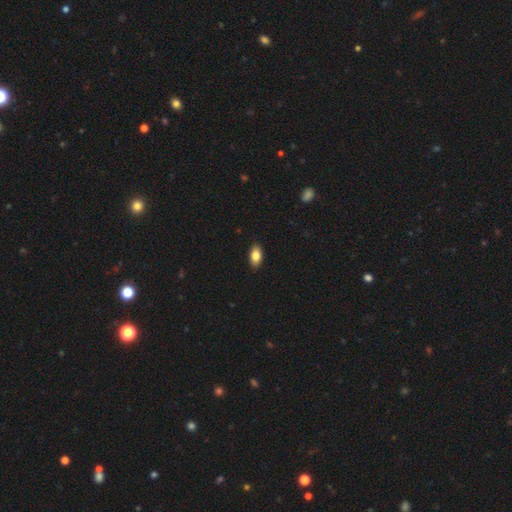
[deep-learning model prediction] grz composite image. It shows a smooth galaxy with no disk features (85%) that is in between round and cigar-shaped (92%). Merging: none (89%).